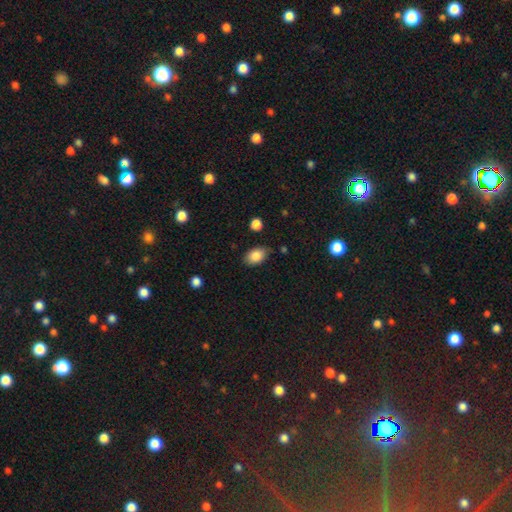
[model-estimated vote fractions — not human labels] smooth-or-featured: smooth: 86% | star or artifact: 8% | featured or disk: 6%
  how-rounded: in between: 84% | round: 14% | cigar-shaped: 1%
  merging: none: 78% | minor disturbance: 17% | major disturbance: 3% | merger: 2%